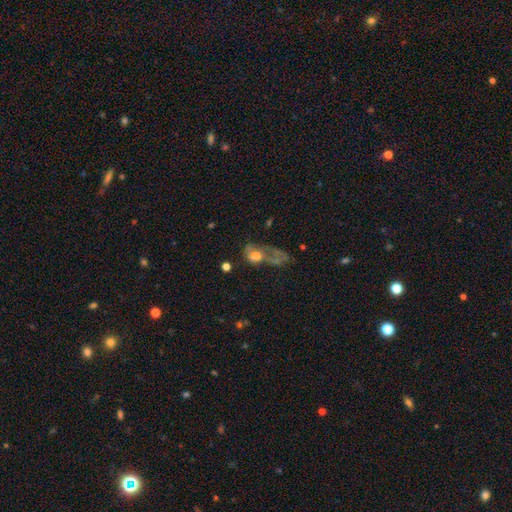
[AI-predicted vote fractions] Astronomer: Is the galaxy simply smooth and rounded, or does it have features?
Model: smooth — 52% (runner-up: featured or disk, 35%).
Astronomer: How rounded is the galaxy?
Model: in between — 71%.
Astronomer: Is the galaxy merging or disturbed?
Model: major disturbance — 55%.